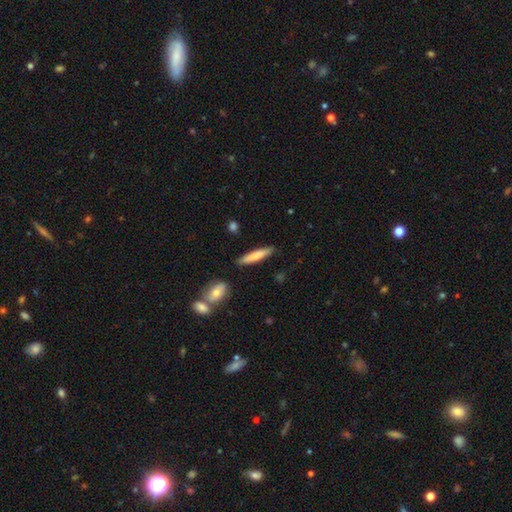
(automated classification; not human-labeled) Morphology: type=smooth (74%); roundness=cigar-shaped (87%); merging=none (87%).